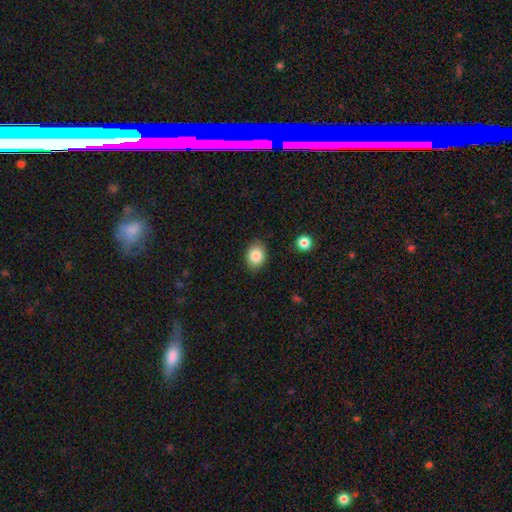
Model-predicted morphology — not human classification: Q: Smooth or featured?
A: smooth (85%); runner-up: star or artifact (8%)
Q: How rounded?
A: in between (65%); runner-up: round (34%)
Q: Merging?
A: none (86%); runner-up: minor disturbance (10%)